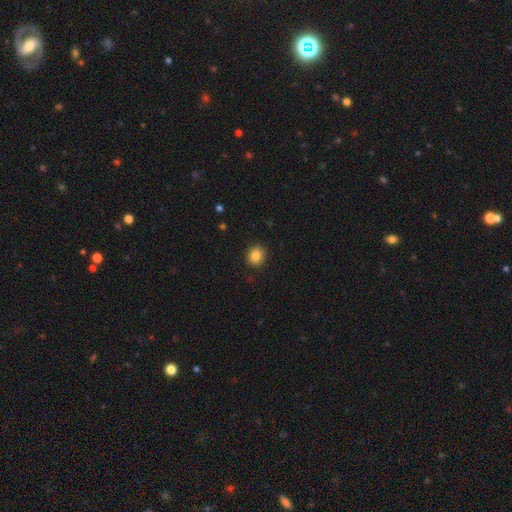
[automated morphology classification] Q: Smooth or featured?
A: smooth (85%); runner-up: star or artifact (10%)
Q: How rounded?
A: round (73%); runner-up: in between (27%)
Q: Merging?
A: none (89%); runner-up: minor disturbance (8%)